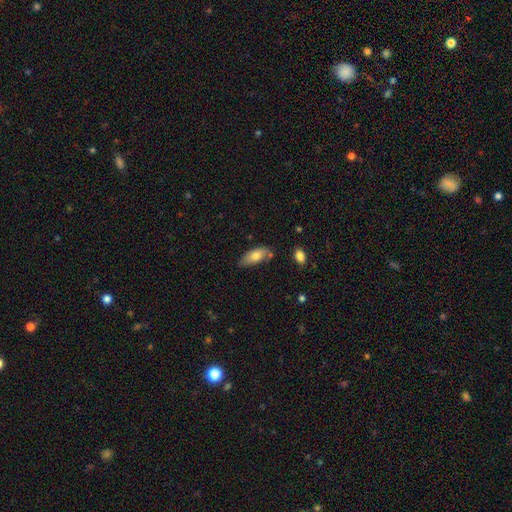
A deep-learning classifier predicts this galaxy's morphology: The model was most divided on "merging": none: 66%, minor disturbance: 24%, merger: 6%, major disturbance: 4%. More confident: how rounded — in between (81%); smooth or featured — smooth (74%).